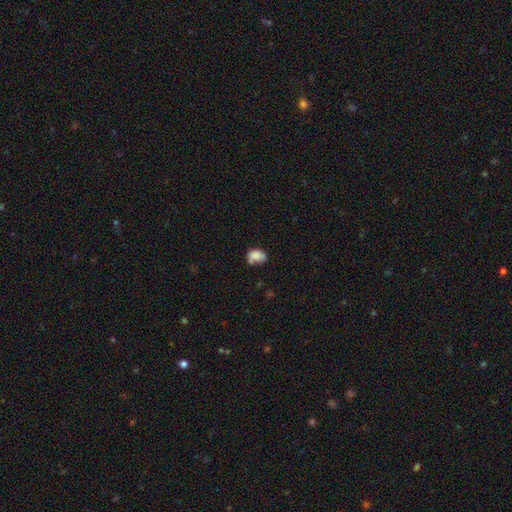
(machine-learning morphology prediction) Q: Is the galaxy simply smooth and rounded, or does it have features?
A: smooth — 81%.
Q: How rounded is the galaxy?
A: in between — 77%.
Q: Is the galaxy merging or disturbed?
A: none — 44%.